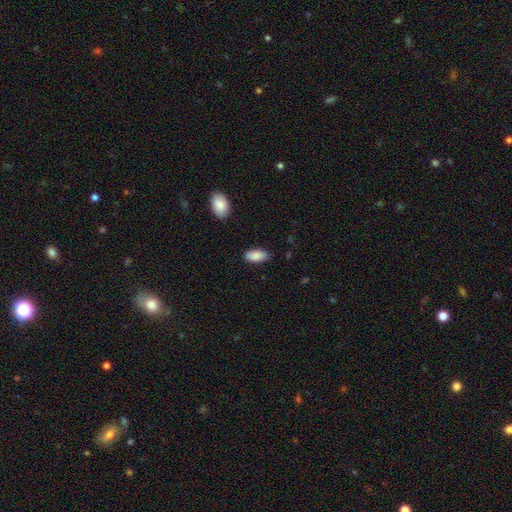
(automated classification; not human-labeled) smooth-or-featured: smooth: 88% | star or artifact: 6% | featured or disk: 5%
  how-rounded: in between: 90% | cigar-shaped: 8% | round: 2%
  merging: none: 84% | minor disturbance: 12% | major disturbance: 2% | merger: 2%